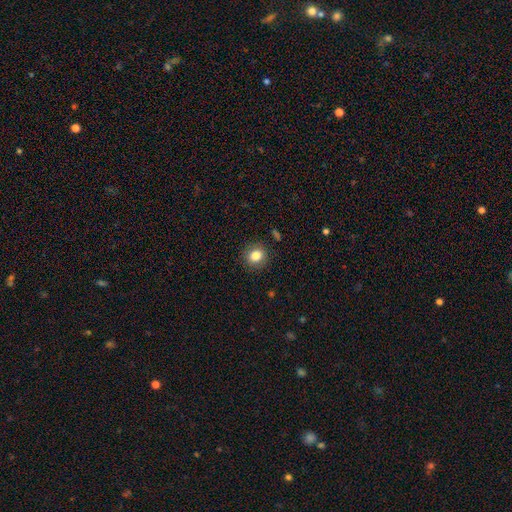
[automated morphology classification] Smooth or featured: smooth — 83% (star or artifact — 10%)
How rounded: round — 80% (in between — 19%)
Merging: none — 89% (minor disturbance — 8%)